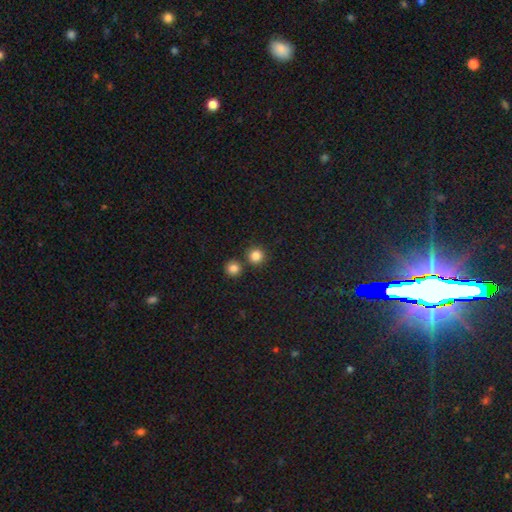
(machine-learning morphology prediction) This is clearly a smooth galaxy (84%). How rounded: clearly round (93%). Merging: likely none (79%).